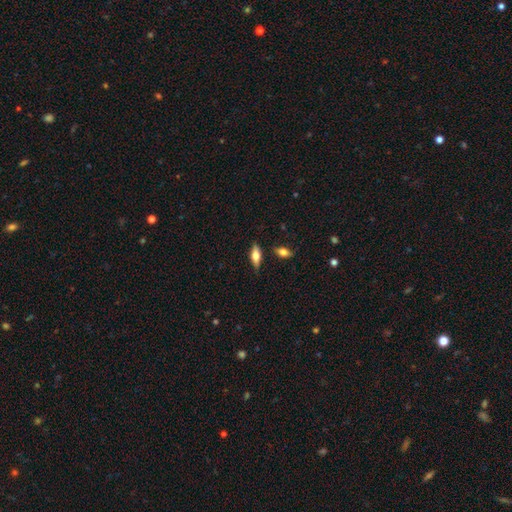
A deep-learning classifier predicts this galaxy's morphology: This appears to be a smooth galaxy with no disk features (63%) that is in between round and cigar-shaped (73%). Merging: none (79%).